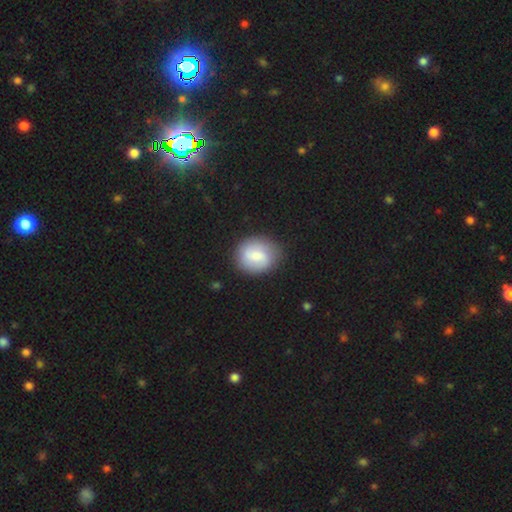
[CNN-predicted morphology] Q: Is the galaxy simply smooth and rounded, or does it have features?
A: smooth — 59%.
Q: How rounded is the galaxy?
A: round — 65%.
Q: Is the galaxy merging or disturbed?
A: none — 78%.